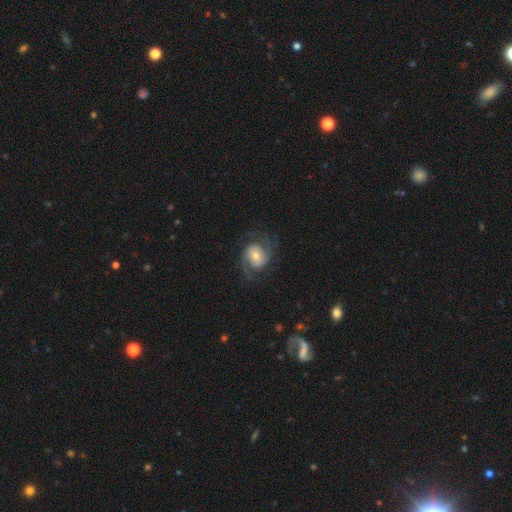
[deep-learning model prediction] smooth-or-featured: featured or disk: 77% | smooth: 17% | star or artifact: 7%
  disk-edge-on: no: 98% | yes: 2%
    bar: no: 64% | weak: 28% | strong: 9%
    has-spiral-arms: yes: 93% | no: 7%
      spiral-winding: medium: 46% | loose: 29% | tight: 25%
      spiral-arm-count: 2: 71% | 3: 10% | can't tell: 10% | 1: 4% | 4: 3% | more than 4: 3%
    bulge-size: moderate: 55% | small: 32% | large: 9% | dominant: 2% | none: 1%
  merging: none: 67% | minor disturbance: 16% | major disturbance: 16% | merger: 1%